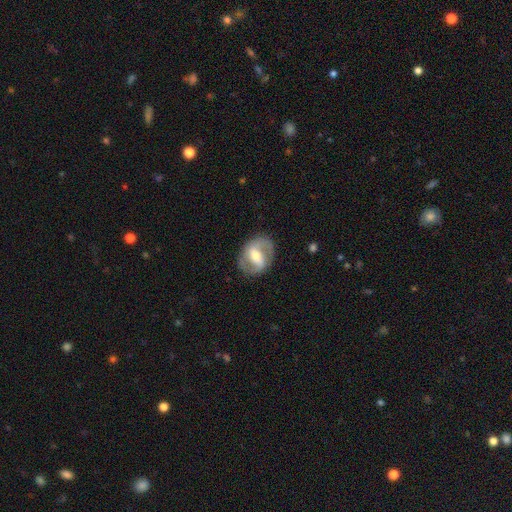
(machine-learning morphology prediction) Q: Smooth or featured?
A: featured or disk (76%); runner-up: smooth (19%)
Q: Edge-on disk?
A: no (96%); runner-up: yes (4%)
Q: Bar?
A: strong (46%); runner-up: weak (37%)
Q: Spiral arms?
A: yes (79%); runner-up: no (21%)
Q: Spiral winding?
A: medium (48%); runner-up: tight (27%)
Q: Spiral arm count?
A: 2 (86%); runner-up: can't tell (7%)
Q: Bulge size?
A: moderate (61%); runner-up: small (29%)
Q: Merging?
A: none (81%); runner-up: minor disturbance (12%)